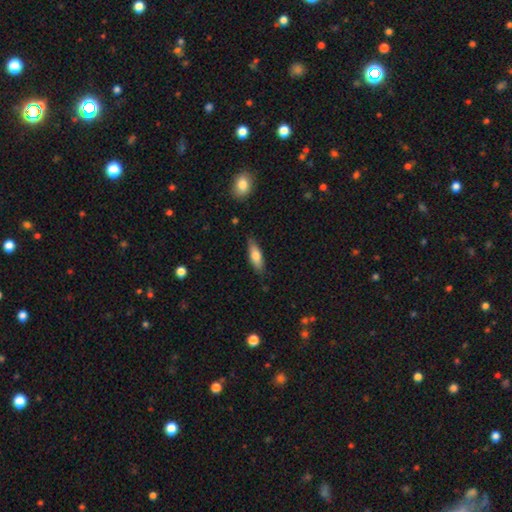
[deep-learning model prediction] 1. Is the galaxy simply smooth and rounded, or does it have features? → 70% smooth, 24% featured or disk, 6% star or artifact.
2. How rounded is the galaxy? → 52% in between, 46% cigar-shaped, 2% round.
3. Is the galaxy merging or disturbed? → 81% none, 15% minor disturbance, 2% major disturbance, 2% merger.